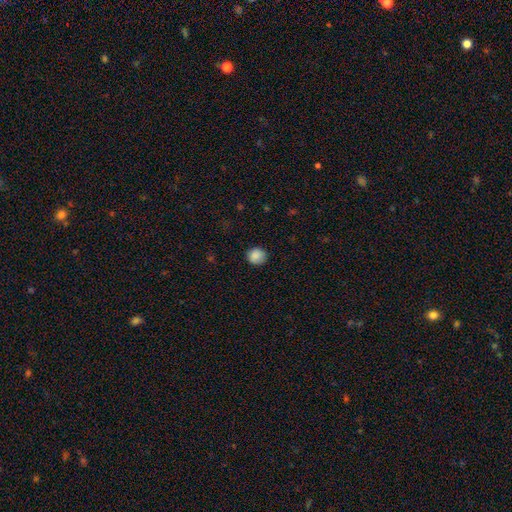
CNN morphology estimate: This is clearly a smooth galaxy (88%). How rounded: clearly round (89%). Merging: clearly none (87%).